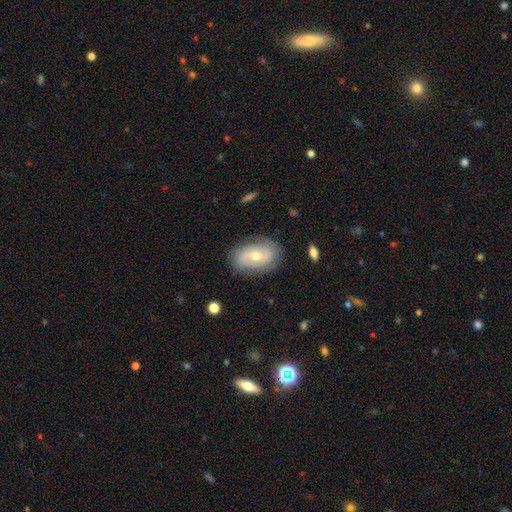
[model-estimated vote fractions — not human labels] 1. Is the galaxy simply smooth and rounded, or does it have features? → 65% featured or disk, 27% smooth, 8% star or artifact.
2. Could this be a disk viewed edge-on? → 93% no, 7% yes.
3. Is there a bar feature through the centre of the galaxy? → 48% no, 38% weak, 14% strong.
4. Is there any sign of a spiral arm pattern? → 76% yes, 24% no.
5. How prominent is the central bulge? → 62% moderate, 34% small, 3% large, 1% none, 1% dominant.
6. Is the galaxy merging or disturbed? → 81% none, 14% minor disturbance, 4% major disturbance, 1% merger.